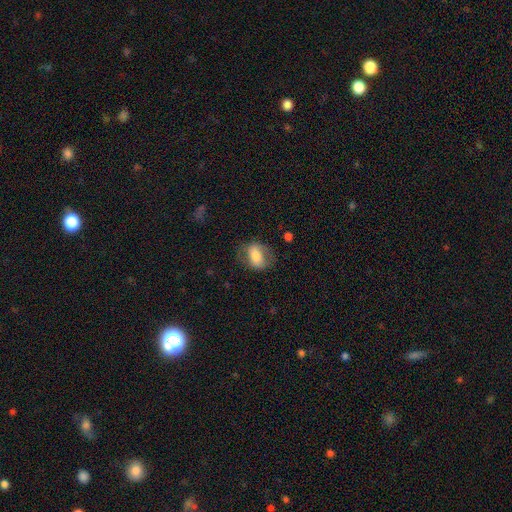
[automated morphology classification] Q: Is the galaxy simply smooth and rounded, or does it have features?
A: smooth — 65%.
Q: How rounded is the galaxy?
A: in between — 77%.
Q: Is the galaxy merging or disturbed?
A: none — 65%.